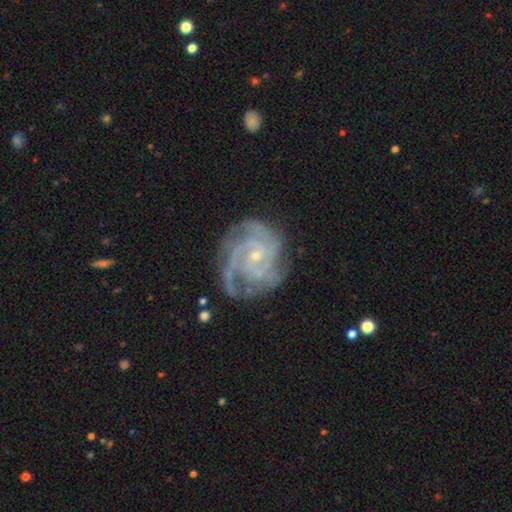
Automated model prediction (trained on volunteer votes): featured or disk 91%, star or artifact 5%, smooth 4%. Down the decision tree: edge-on disk — no (98%); bar — no (67%); spiral arms — yes (98%); spiral arm count — 3 (40%); spiral winding — tight (64%); bulge size — small (75%); merging — none (69%).